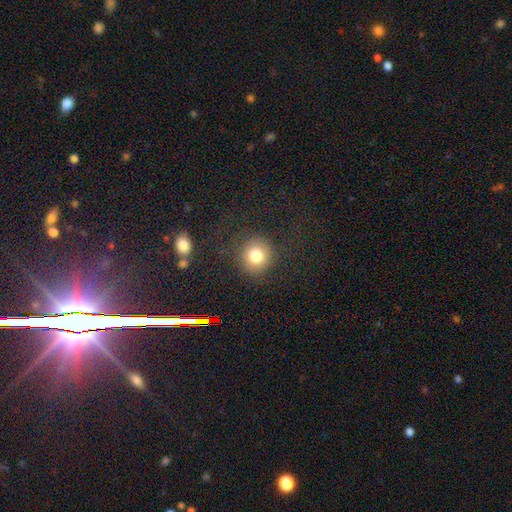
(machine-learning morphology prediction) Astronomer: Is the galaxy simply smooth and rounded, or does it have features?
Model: smooth — 79%.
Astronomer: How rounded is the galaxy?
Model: round — 89%.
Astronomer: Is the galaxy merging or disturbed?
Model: none — 82%.